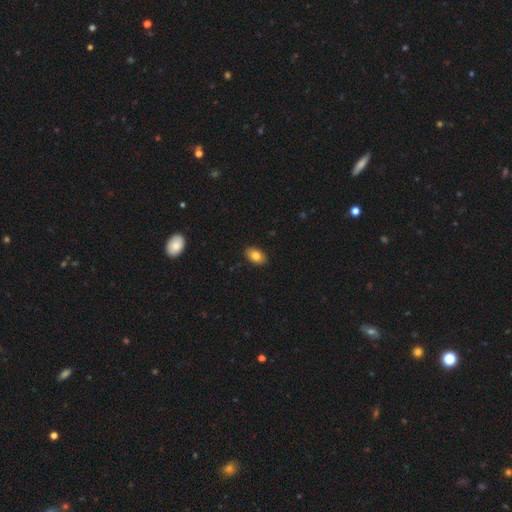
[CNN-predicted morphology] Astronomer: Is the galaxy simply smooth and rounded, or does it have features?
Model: smooth — 83%.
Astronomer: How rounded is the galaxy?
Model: in between — 88%.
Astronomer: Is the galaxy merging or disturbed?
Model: none — 89%.